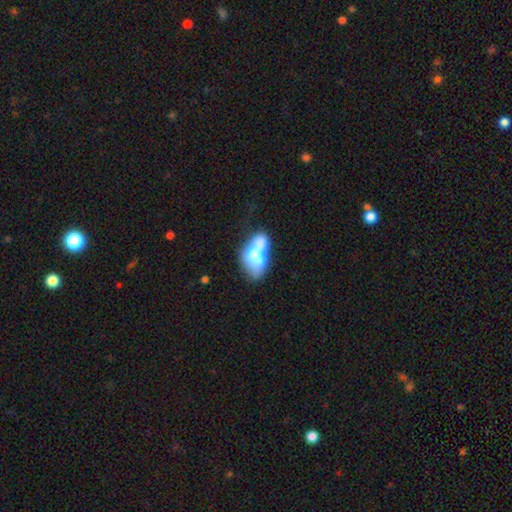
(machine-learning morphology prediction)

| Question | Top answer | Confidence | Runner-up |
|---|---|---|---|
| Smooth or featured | smooth | 56% | featured or disk (36%) |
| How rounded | in between | 84% | round (12%) |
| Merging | merger | 64% | none (13%) |